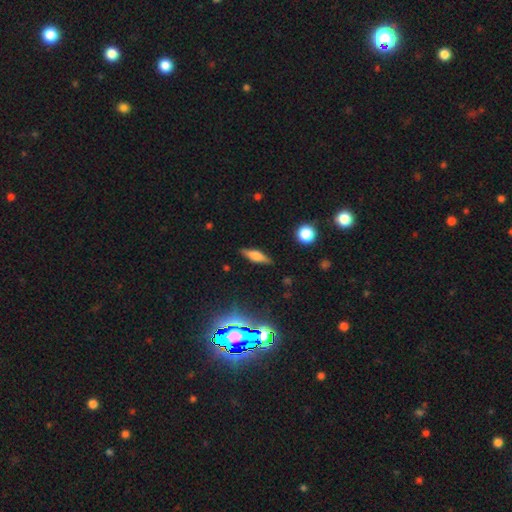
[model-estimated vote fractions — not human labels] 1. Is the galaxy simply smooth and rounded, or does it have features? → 48% smooth, 40% featured or disk, 12% star or artifact.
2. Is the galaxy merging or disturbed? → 85% none, 11% minor disturbance, 3% major disturbance, 2% merger.